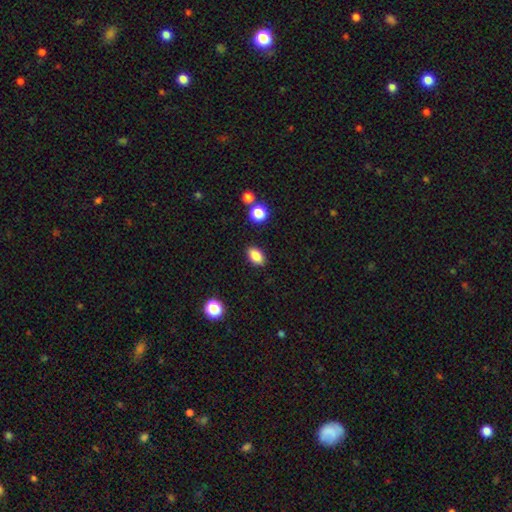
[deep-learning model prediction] smooth 85%, star or artifact 10%, featured or disk 6%. Down the decision tree: how rounded — in between (87%); merging — none (87%).